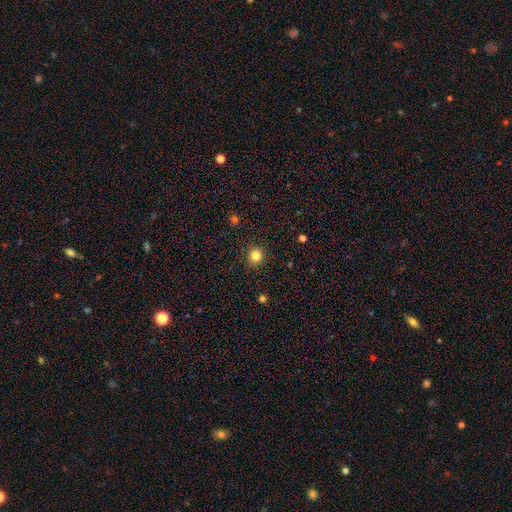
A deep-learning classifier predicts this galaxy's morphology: type=smooth (82%); roundness=round (88%); merging=none (90%).